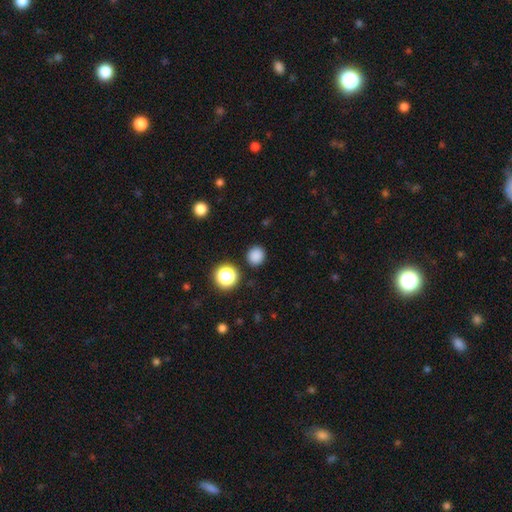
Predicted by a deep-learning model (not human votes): smooth-or-featured: smooth: 82% | star or artifact: 14% | featured or disk: 3%
  how-rounded: round: 89% | in between: 10% | cigar-shaped: 1%
  merging: none: 89% | minor disturbance: 7% | major disturbance: 2% | merger: 2%